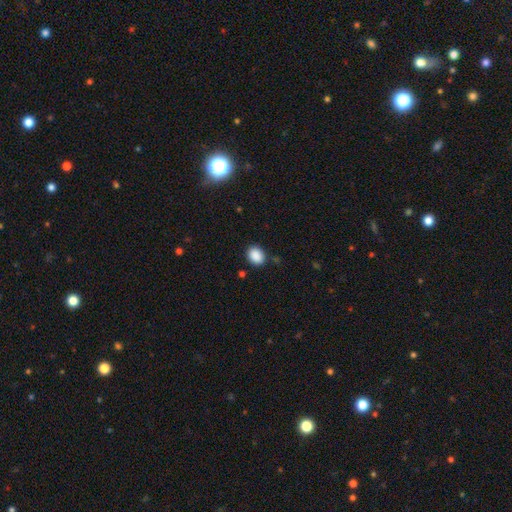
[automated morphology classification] Smooth or featured: smooth — 88% (star or artifact — 9%)
How rounded: in between — 53% (round — 46%)
Merging: none — 82% (minor disturbance — 12%)